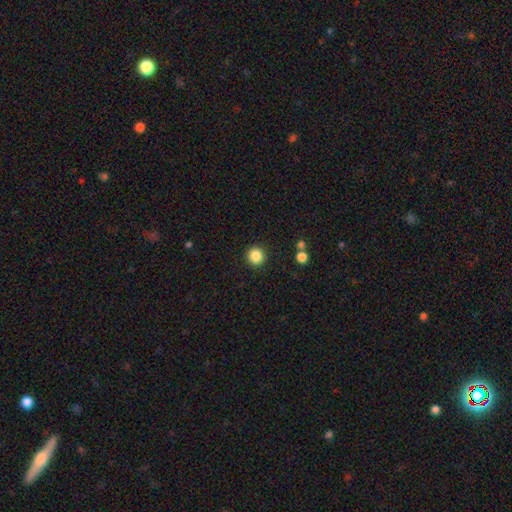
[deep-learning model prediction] Smooth or featured: smooth — 86% (star or artifact — 10%)
How rounded: round — 93% (in between — 6%)
Merging: none — 91% (minor disturbance — 5%)